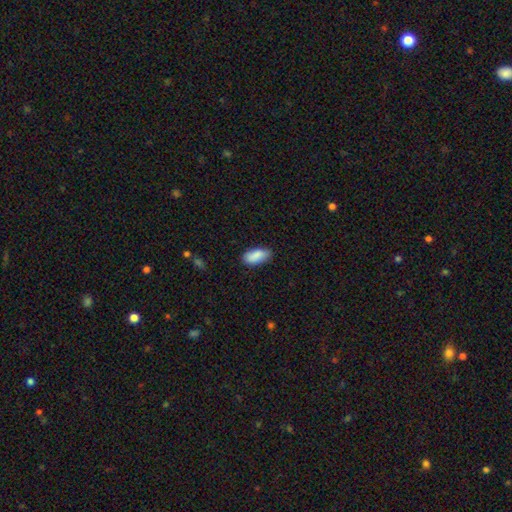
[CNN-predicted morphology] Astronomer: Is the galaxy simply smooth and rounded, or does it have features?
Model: smooth — 88%.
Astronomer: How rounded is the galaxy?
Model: in between — 87%.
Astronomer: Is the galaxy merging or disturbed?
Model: none — 82%.